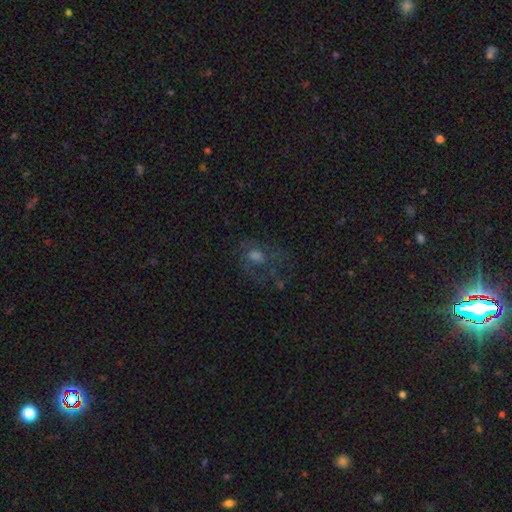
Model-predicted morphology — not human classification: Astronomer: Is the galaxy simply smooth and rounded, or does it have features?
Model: featured or disk — 38% (runner-up: smooth, 36%).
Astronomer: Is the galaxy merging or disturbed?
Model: none — 46% (runner-up: major disturbance, 32%).